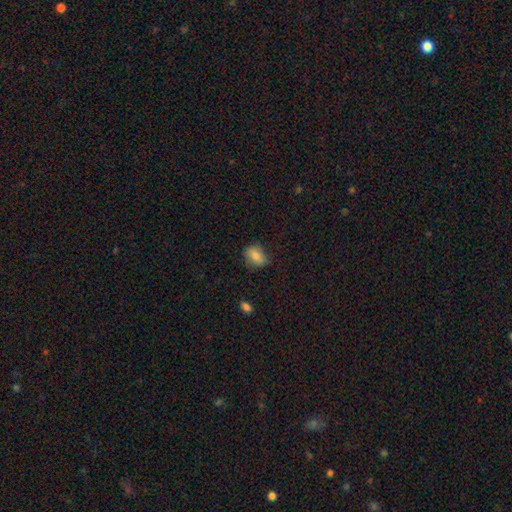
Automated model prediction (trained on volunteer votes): Smooth or featured? smooth (79%)
How rounded? in between (71%)
Merging? none (71%)